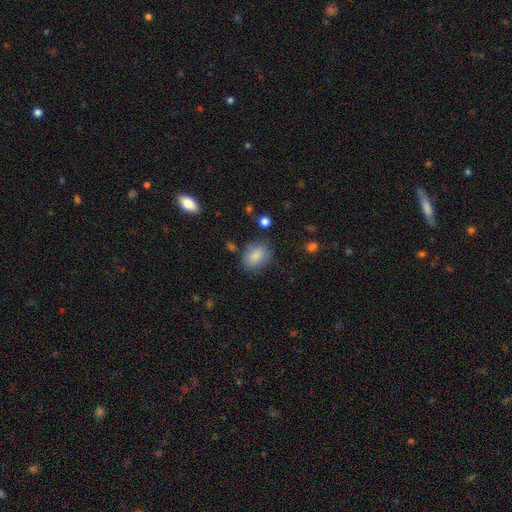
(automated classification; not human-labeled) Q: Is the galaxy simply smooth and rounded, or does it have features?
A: smooth — 84%.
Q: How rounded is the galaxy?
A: in between — 70%.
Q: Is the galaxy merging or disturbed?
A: none — 76%.